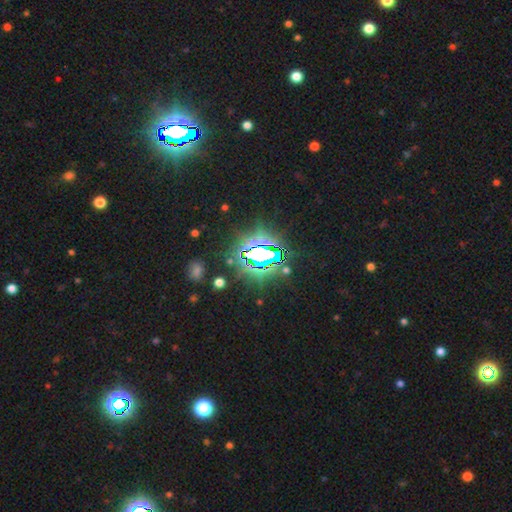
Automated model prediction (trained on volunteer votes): The model was most divided on "smooth or featured": star or artifact: 78%, smooth: 12%, featured or disk: 9%.